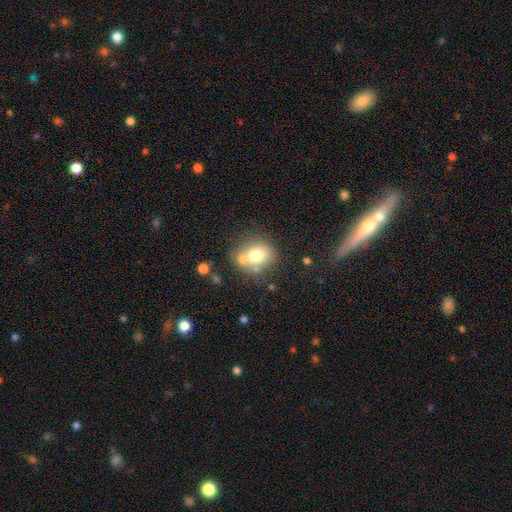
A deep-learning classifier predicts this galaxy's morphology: Overall: smooth (71%). How rounded: round (67%; in between 32%). Merging: none (58%; merger 20%).